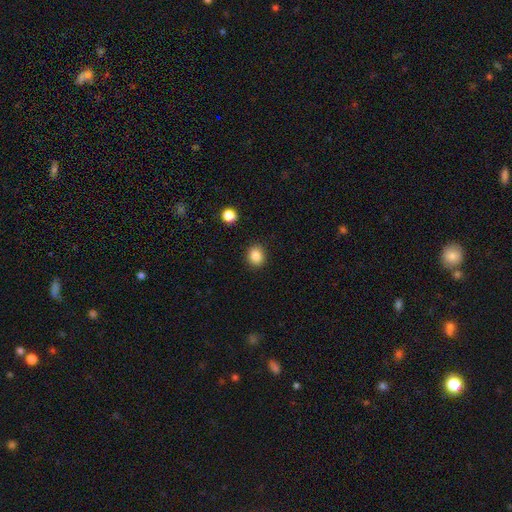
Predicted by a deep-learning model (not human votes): Smooth or featured? smooth (86%)
How rounded? round (74%)
Merging? none (90%)